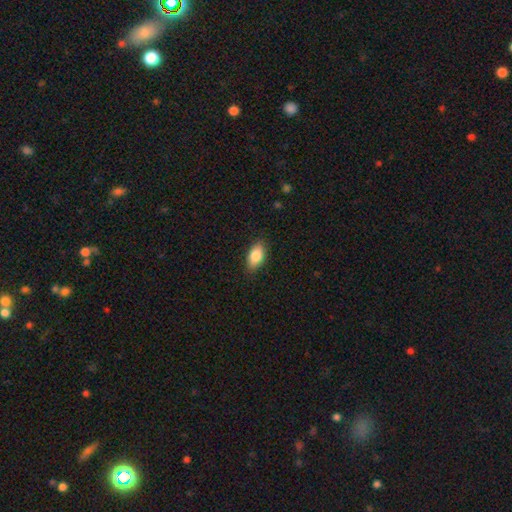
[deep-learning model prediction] smooth_or_featured: smooth (p=0.85) [alt: featured or disk p=0.08]
how_rounded: in between (p=0.90) [alt: cigar-shaped p=0.05]
merging: none (p=0.87) [alt: minor disturbance p=0.10]